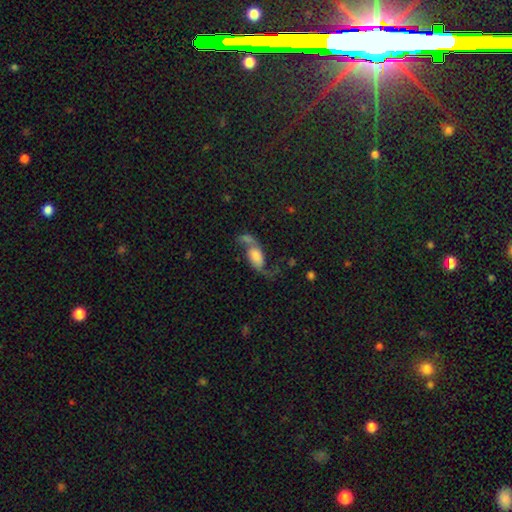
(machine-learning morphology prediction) Smooth or featured? Predicted: featured or disk (p=0.72). Edge-on disk? Predicted: no (p=0.93). Bar? Predicted: no (p=0.62). Spiral arms? Predicted: yes (p=0.92). Spiral winding? Predicted: loose (p=0.85). Spiral arm count? Predicted: 2 (p=0.91). Bulge size? Predicted: moderate (p=0.28). Merging? Predicted: none (p=0.49).